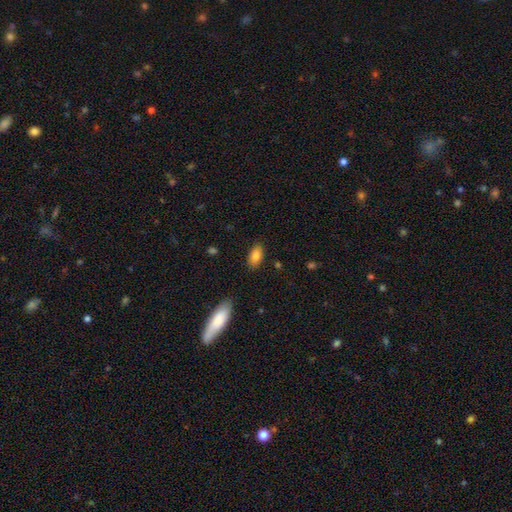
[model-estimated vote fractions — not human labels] Smooth or featured?
  - smooth: 83% *
  - featured or disk: 9%
  - star or artifact: 8%
How rounded?
  - in between: 90% *
  - cigar-shaped: 6%
  - round: 4%
Merging?
  - none: 85% *
  - minor disturbance: 11%
  - major disturbance: 3%
  - merger: 2%